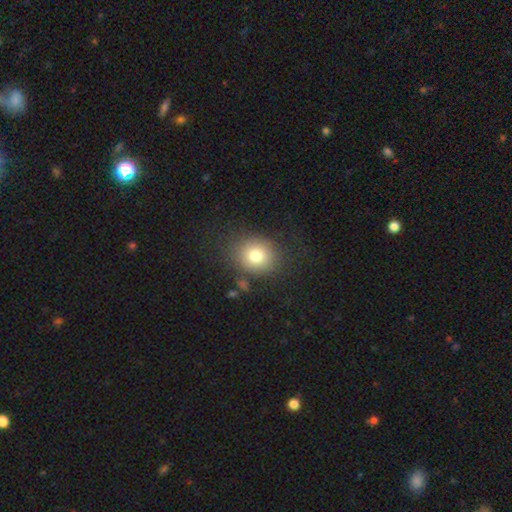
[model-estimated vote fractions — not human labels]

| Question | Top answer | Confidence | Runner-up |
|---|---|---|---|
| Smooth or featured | smooth | 77% | star or artifact (12%) |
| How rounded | round | 75% | in between (25%) |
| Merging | none | 80% | minor disturbance (11%) |